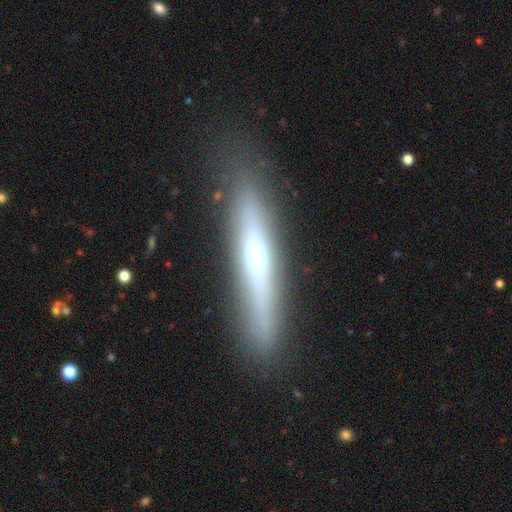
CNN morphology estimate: type=featured or disk (54%); edge-on=yes (83%); merging=none (83%).